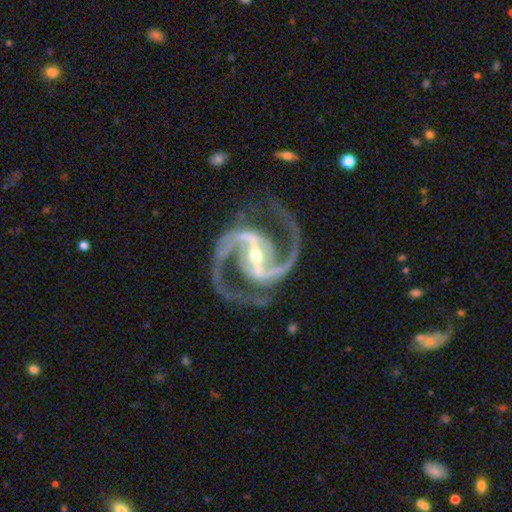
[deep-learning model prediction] smooth_or_featured: featured or disk (p=0.94) [alt: star or artifact p=0.04]
disk_edge_on: no (p=0.98) [alt: yes p=0.02]
bar: strong (p=0.72) [alt: weak p=0.21]
has_spiral_arms: yes (p=0.99) [alt: no p=0.01]
spiral_winding: medium (p=0.70) [alt: tight p=0.18]
spiral_arm_count: 2 (p=0.94) [alt: 3 p=0.02]
bulge_size: small (p=0.52) [alt: moderate p=0.44]
merging: none (p=0.81) [alt: minor disturbance p=0.12]